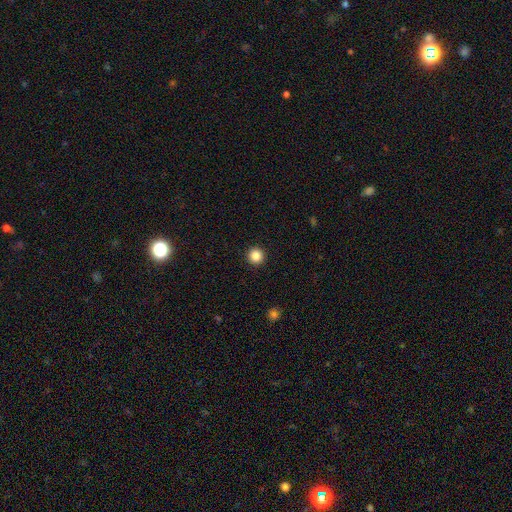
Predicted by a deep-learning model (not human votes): This appears to be a smooth galaxy with no disk features (86%) that is round (96%). Merging: none (94%).